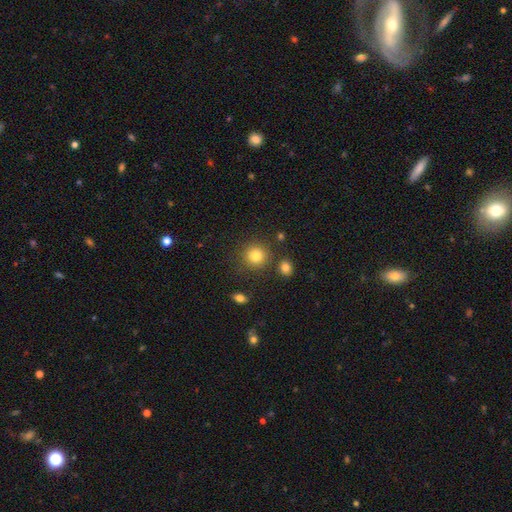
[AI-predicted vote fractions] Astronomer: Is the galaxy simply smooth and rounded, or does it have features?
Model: smooth — 82%.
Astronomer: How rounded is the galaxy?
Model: round — 91%.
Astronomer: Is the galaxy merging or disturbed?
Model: none — 85%.